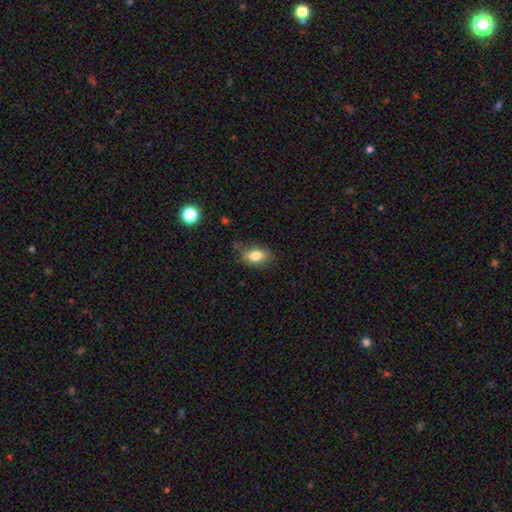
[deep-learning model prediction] Smooth or featured? smooth (80%)
How rounded? in between (87%)
Merging? none (71%)